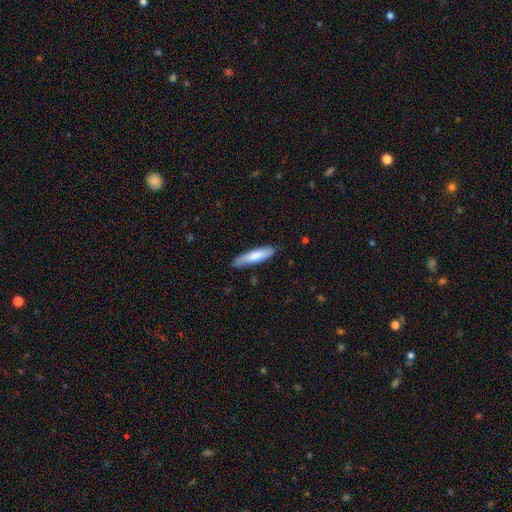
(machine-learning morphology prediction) This appears to be a smooth galaxy with no disk features (77%) that is cigar-shaped (75%). Merging: none (80%).